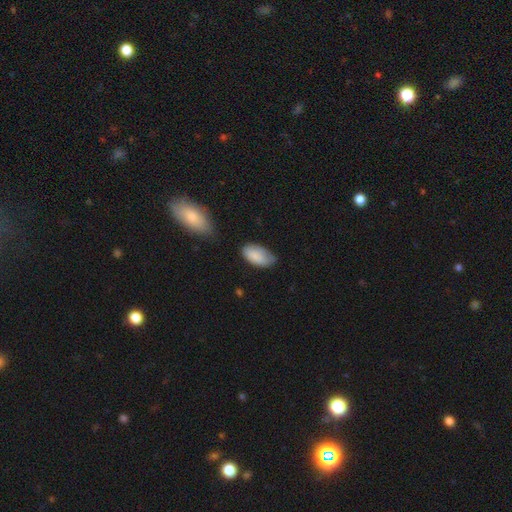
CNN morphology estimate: A smooth galaxy with no disk features (84%) that is in between round and cigar-shaped (95%).

Vote fractions:
- Smooth or featured? smooth: 84% / featured or disk: 9% / star or artifact: 6%
- How rounded? in between: 95% / round: 3% / cigar-shaped: 2%
- Merging? none: 54% / minor disturbance: 36% / major disturbance: 7% / merger: 3%